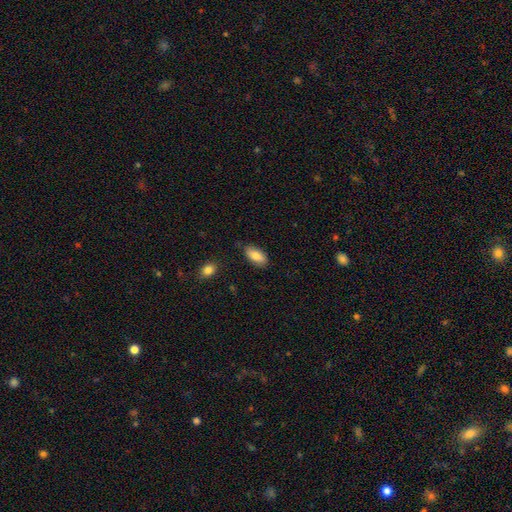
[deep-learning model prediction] Smooth or featured?
  - smooth: 83% *
  - featured or disk: 11%
  - star or artifact: 7%
How rounded?
  - in between: 92% *
  - cigar-shaped: 6%
  - round: 3%
Merging?
  - none: 81% *
  - minor disturbance: 15%
  - major disturbance: 3%
  - merger: 2%